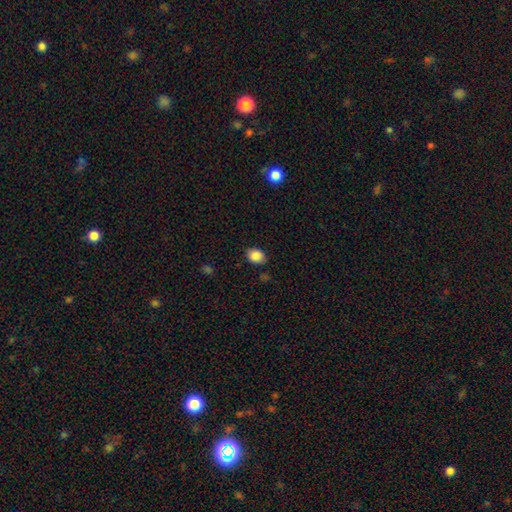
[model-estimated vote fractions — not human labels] smooth-or-featured: smooth: 86% | star or artifact: 9% | featured or disk: 5%
  how-rounded: in between: 64% | round: 35% | cigar-shaped: 1%
  merging: none: 85% | minor disturbance: 11% | major disturbance: 2% | merger: 2%